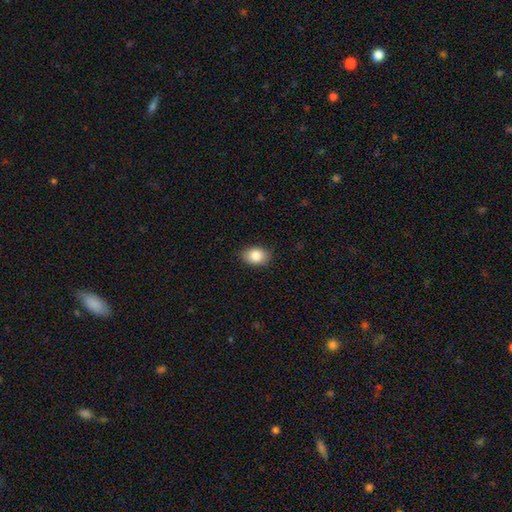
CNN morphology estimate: smooth-or-featured: smooth: 85% | star or artifact: 8% | featured or disk: 7%
  how-rounded: in between: 77% | round: 22% | cigar-shaped: 1%
  merging: none: 86% | minor disturbance: 11% | major disturbance: 2% | merger: 1%